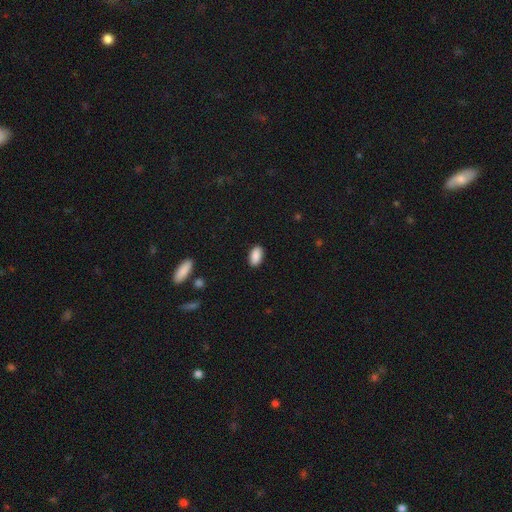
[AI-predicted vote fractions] smooth_or_featured: smooth (p=0.89) [alt: star or artifact p=0.07]
how_rounded: in between (p=0.93) [alt: round p=0.04]
merging: none (p=0.88) [alt: minor disturbance p=0.09]